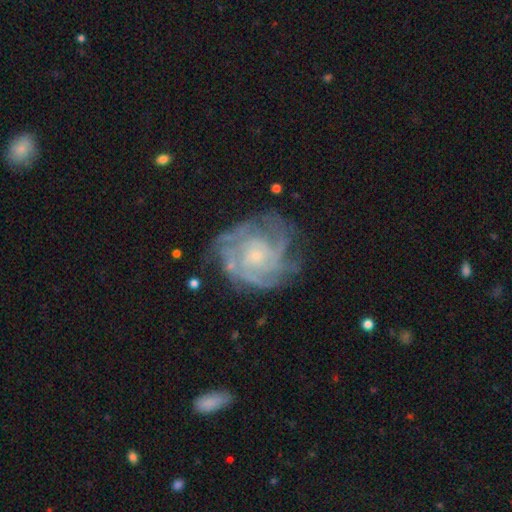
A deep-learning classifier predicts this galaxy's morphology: A featured or disk galaxy (84%) with no bar (75%), tight (63%) spiral arms (94%) and a small central bulge (70%). Merging: none (67%).